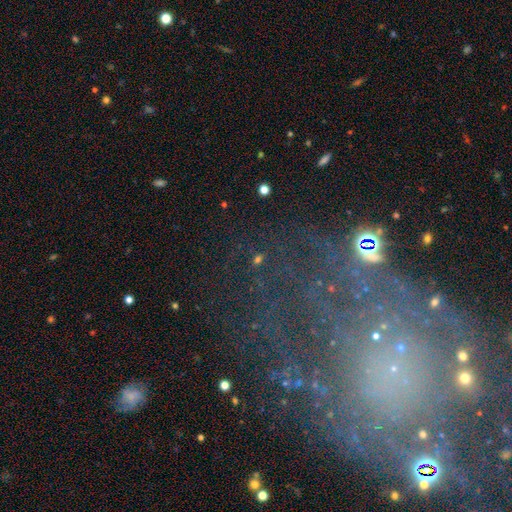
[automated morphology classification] smooth_or_featured: featured or disk (p=0.43) [alt: star or artifact p=0.39]
merging: none (p=0.64) [alt: major disturbance p=0.16]